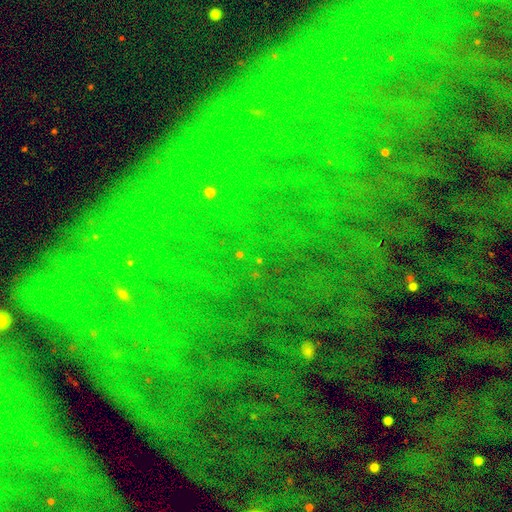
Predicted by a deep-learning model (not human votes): Morphology: type=star or artifact (85%).